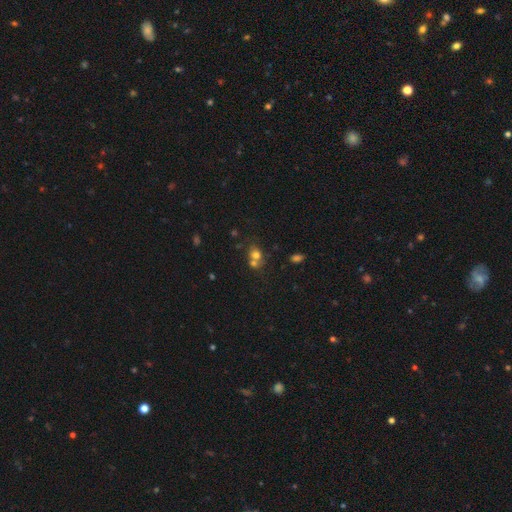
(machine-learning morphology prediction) Smooth or featured?
  - smooth: 70% *
  - star or artifact: 16%
  - featured or disk: 15%
How rounded?
  - round: 64% *
  - in between: 35%
  - cigar-shaped: 1%
Merging?
  - merger: 50% *
  - none: 37%
  - minor disturbance: 9%
  - major disturbance: 4%